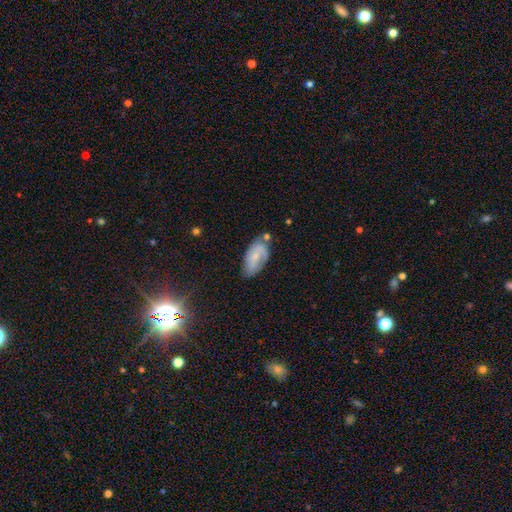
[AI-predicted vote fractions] Smooth or featured: featured or disk — 47% (smooth — 45%)
Merging: none — 52% (minor disturbance — 29%)